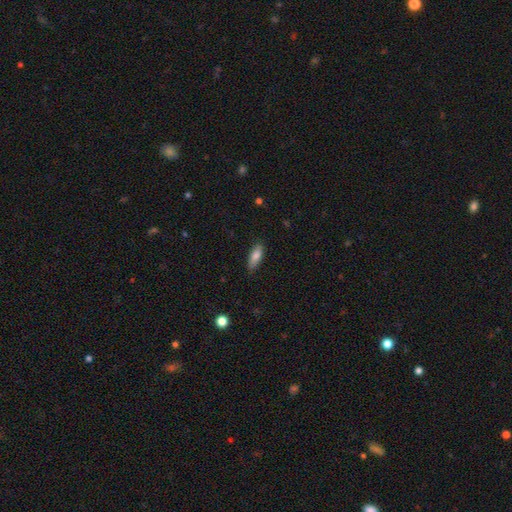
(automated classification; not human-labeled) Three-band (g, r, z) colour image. It shows a smooth galaxy with no disk features (80%) that is in between round and cigar-shaped (67%). Merging: none (79%).